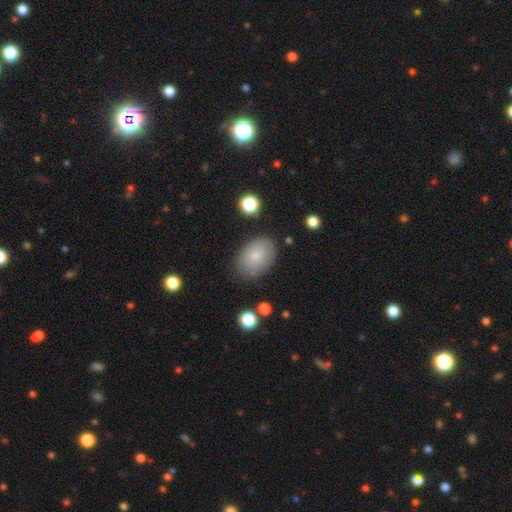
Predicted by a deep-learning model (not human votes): Morphology: type=smooth (73%); roundness=in between (85%); merging=none (79%).